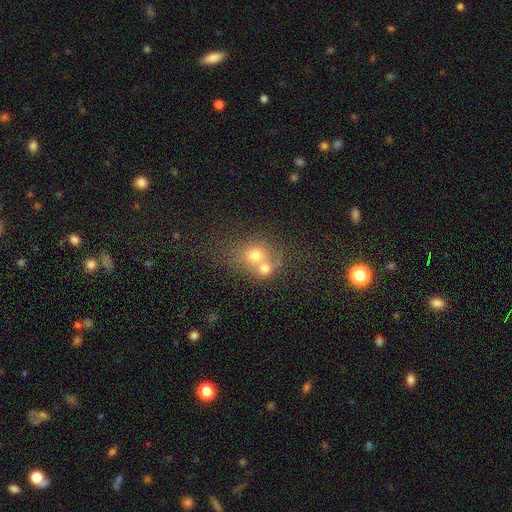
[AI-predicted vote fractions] The model was most divided on "merging": merger: 59%, none: 29%, minor disturbance: 7%, major disturbance: 5%. More confident: how rounded — round (71%); smooth or featured — smooth (66%).